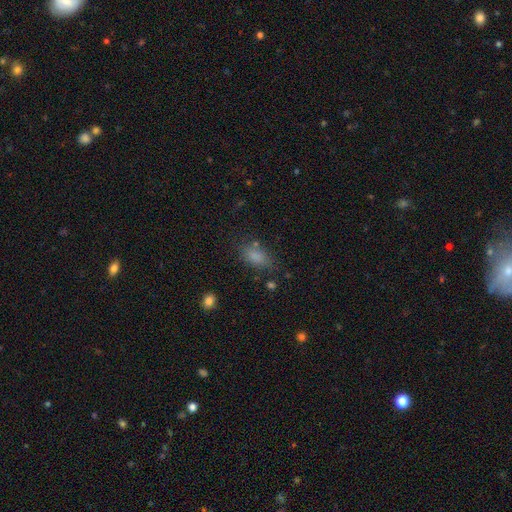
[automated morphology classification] A smooth galaxy with no disk features (82%) that is in between round and cigar-shaped (87%).

Vote fractions:
- Smooth or featured? smooth: 82% / star or artifact: 11% / featured or disk: 6%
- How rounded? in between: 87% / round: 8% / cigar-shaped: 5%
- Merging? none: 70% / minor disturbance: 18% / major disturbance: 7% / merger: 5%